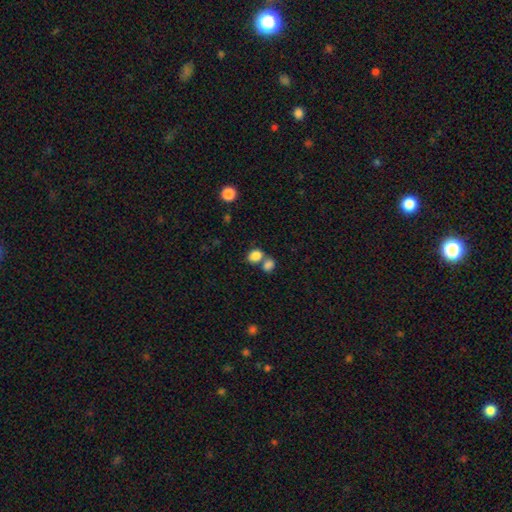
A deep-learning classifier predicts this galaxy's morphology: Smooth or featured: smooth — 84% (star or artifact — 10%)
How rounded: in between — 56% (round — 43%)
Merging: merger — 47% (none — 40%)